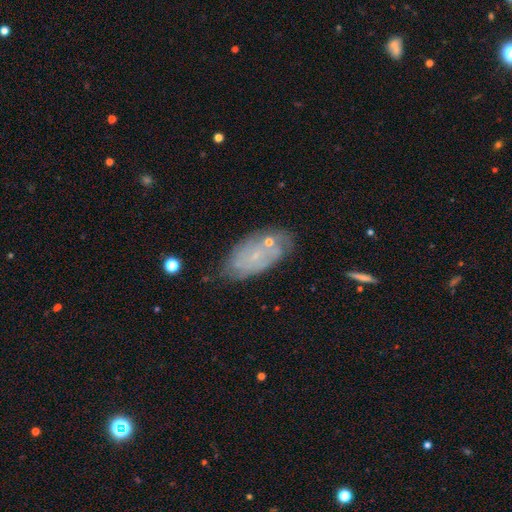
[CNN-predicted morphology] Smooth or featured?
  - featured or disk: 55% *
  - smooth: 35%
  - star or artifact: 10%
Edge-on disk?
  - no: 92% *
  - yes: 8%
Bar?
  - no: 74% *
  - weak: 21%
  - strong: 4%
Spiral arms?
  - yes: 65% *
  - no: 35%
Bulge size?
  - small: 79% *
  - none: 10%
  - moderate: 8%
  - large: 1%
  - dominant: 1%
Merging?
  - none: 64% *
  - minor disturbance: 22%
  - merger: 7%
  - major disturbance: 7%